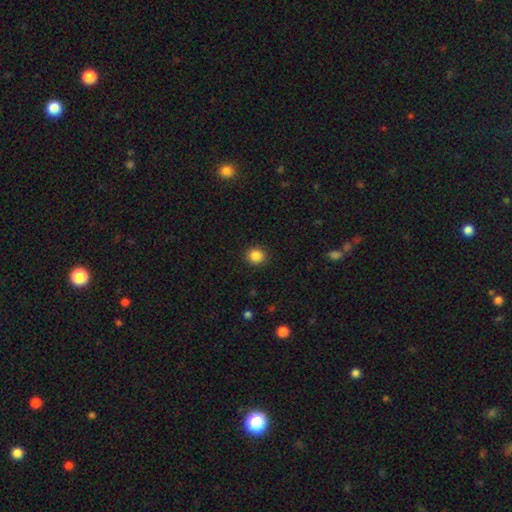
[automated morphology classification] smooth 85%, star or artifact 11%, featured or disk 4%. Down the decision tree: how rounded — round (89%); merging — none (91%).